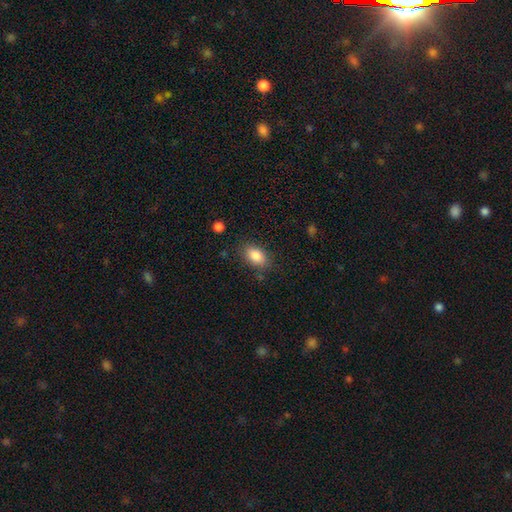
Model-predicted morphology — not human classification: Overall: smooth (86%). How rounded: in between (88%). Merging: none (82%).